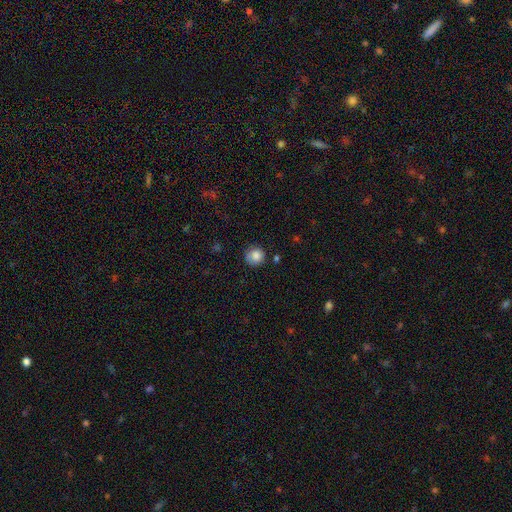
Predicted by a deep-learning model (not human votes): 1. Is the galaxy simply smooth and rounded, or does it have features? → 84% smooth, 9% star or artifact, 7% featured or disk.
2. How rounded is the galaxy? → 91% round, 8% in between, 1% cigar-shaped.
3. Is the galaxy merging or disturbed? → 76% none, 18% minor disturbance, 4% major disturbance, 3% merger.